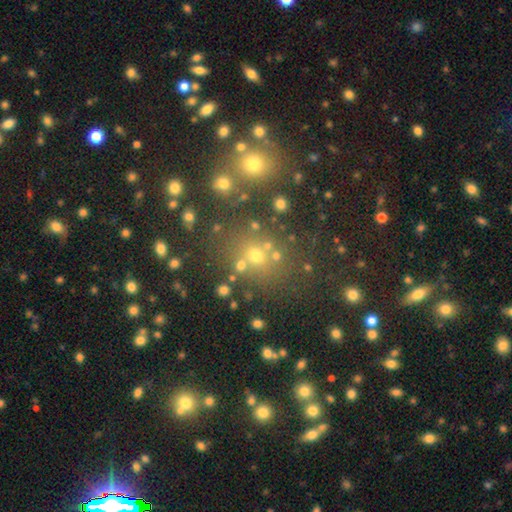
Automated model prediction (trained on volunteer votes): smooth-or-featured: smooth: 58% | star or artifact: 29% | featured or disk: 13%
  how-rounded: round: 77% | in between: 21% | cigar-shaped: 2%
  merging: none: 68% | merger: 15% | minor disturbance: 11% | major disturbance: 6%